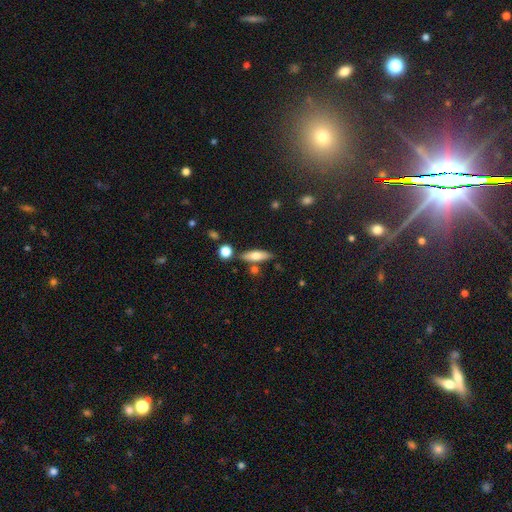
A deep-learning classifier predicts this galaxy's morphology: A smooth galaxy with no disk features (64%) that is cigar-shaped (53%).

Vote fractions:
- Smooth or featured? smooth: 64% / featured or disk: 28% / star or artifact: 7%
- How rounded? cigar-shaped: 53% / in between: 45% / round: 3%
- Merging? none: 77% / minor disturbance: 12% / merger: 8% / major disturbance: 3%